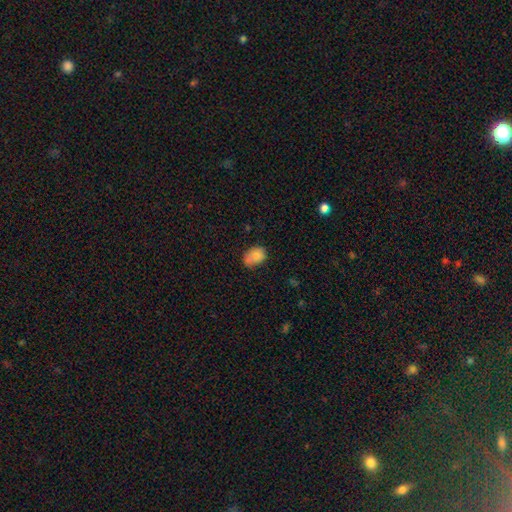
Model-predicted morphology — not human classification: This is likely a smooth galaxy (80%). How rounded: likely in between (74%). Merging: possibly none (48%).